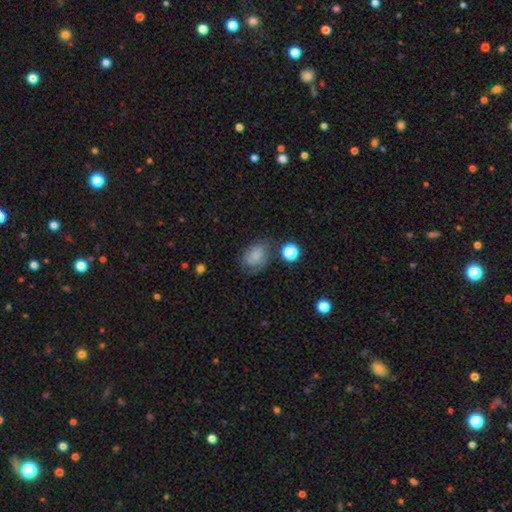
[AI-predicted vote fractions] This appears to be a smooth galaxy with no disk features (71%) that is in between round and cigar-shaped (71%). Merging: none (60%).